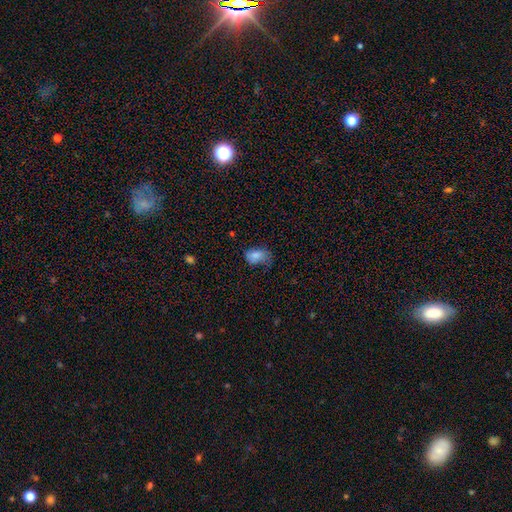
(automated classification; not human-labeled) Smooth or featured? Predicted: smooth (p=0.80). How rounded? Predicted: in between (p=0.85). Merging? Predicted: none (p=0.46).